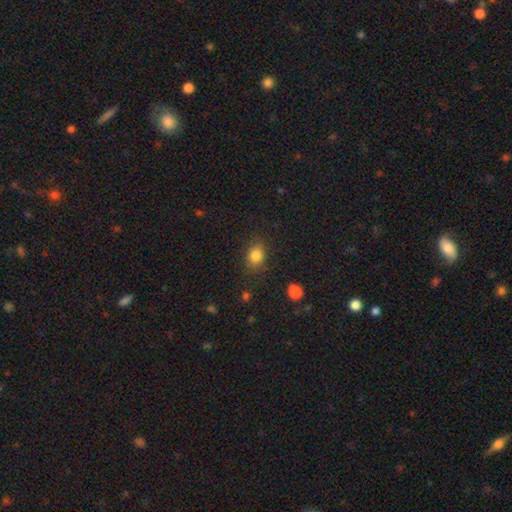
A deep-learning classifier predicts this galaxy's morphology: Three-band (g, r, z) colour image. It shows a smooth galaxy with no disk features (83%) that is in between round and cigar-shaped (62%). Merging: none (82%).